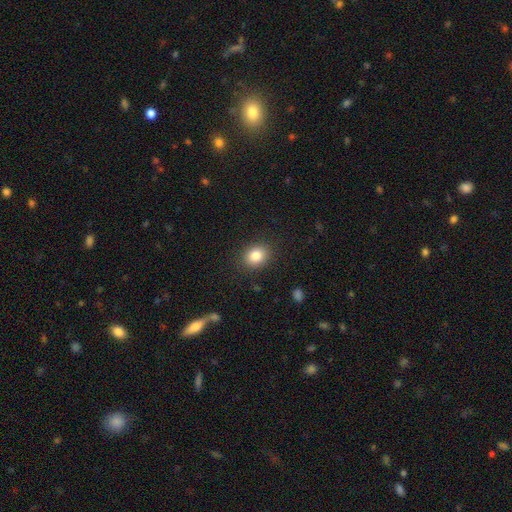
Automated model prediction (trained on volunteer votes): Smooth or featured: smooth — 84% (star or artifact — 9%)
How rounded: round — 54% (in between — 45%)
Merging: none — 87% (minor disturbance — 9%)